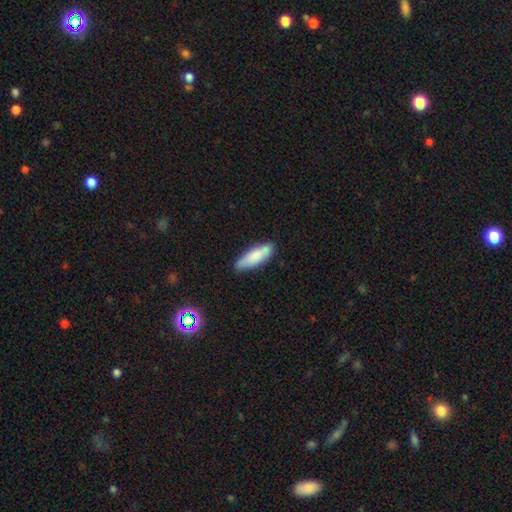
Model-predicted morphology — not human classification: This is clearly a smooth galaxy (81%). How rounded: possibly cigar-shaped (56%). Merging: clearly none (80%).